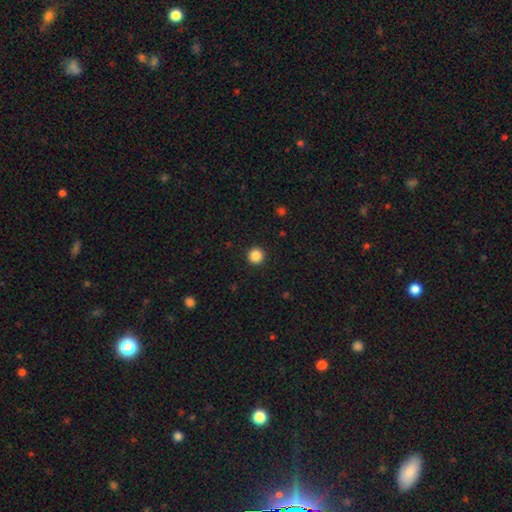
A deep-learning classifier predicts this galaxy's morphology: Q: Smooth or featured?
A: smooth (87%); runner-up: star or artifact (10%)
Q: How rounded?
A: round (96%); runner-up: in between (3%)
Q: Merging?
A: none (93%); runner-up: minor disturbance (4%)